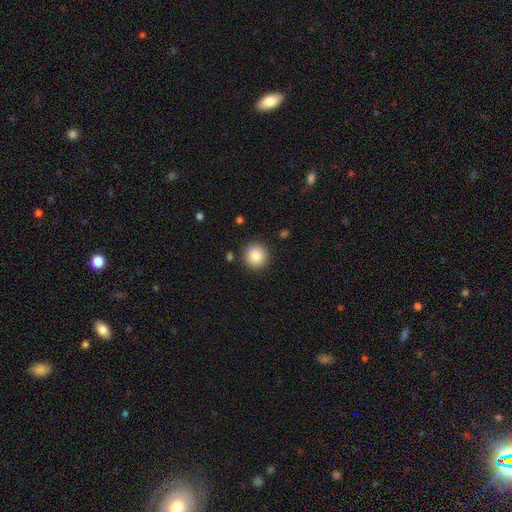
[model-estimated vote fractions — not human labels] Overall: smooth (84%). How rounded: round (95%). Merging: none (88%).